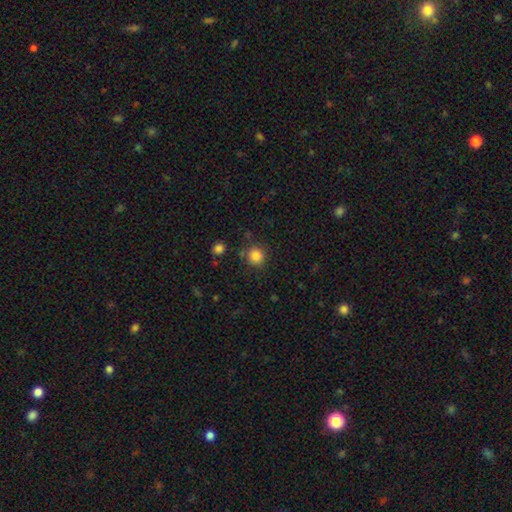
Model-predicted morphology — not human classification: This is clearly a smooth galaxy (84%). How rounded: clearly round (92%). Merging: clearly none (83%).